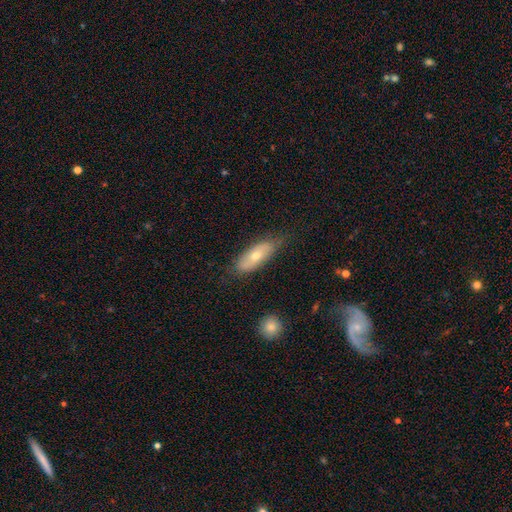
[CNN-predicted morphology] Smooth or featured?
  - smooth: 58% *
  - featured or disk: 36%
  - star or artifact: 7%
How rounded?
  - in between: 71% *
  - cigar-shaped: 26%
  - round: 3%
Merging?
  - none: 68% *
  - minor disturbance: 25%
  - major disturbance: 6%
  - merger: 2%